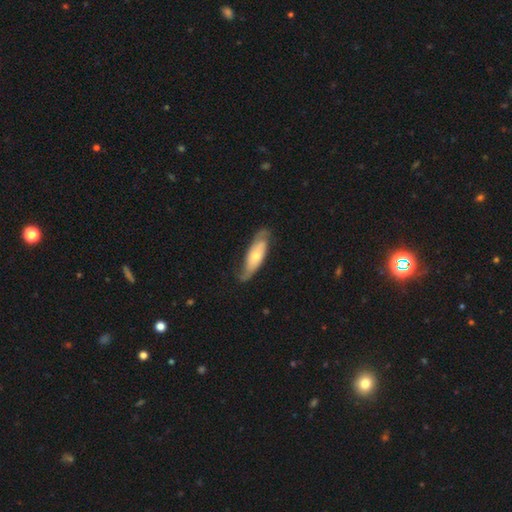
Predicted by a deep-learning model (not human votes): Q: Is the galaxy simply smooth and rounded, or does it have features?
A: featured or disk — 58%.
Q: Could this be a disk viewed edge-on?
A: no — 78%.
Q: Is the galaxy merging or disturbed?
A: none — 69%.